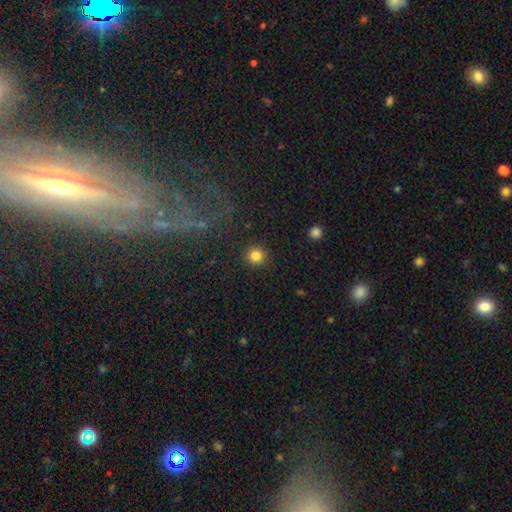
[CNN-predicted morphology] Overall: smooth (84%). How rounded: round (94%). Merging: none (91%).